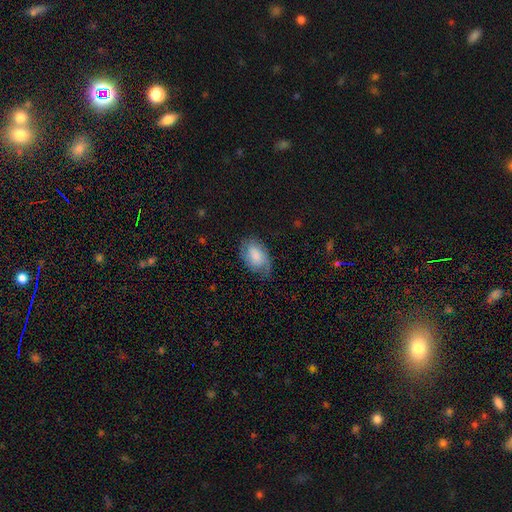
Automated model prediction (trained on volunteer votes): Overall: smooth (65%; featured or disk 27%). How rounded: in between (91%). Merging: none (61%; minor disturbance 27%).